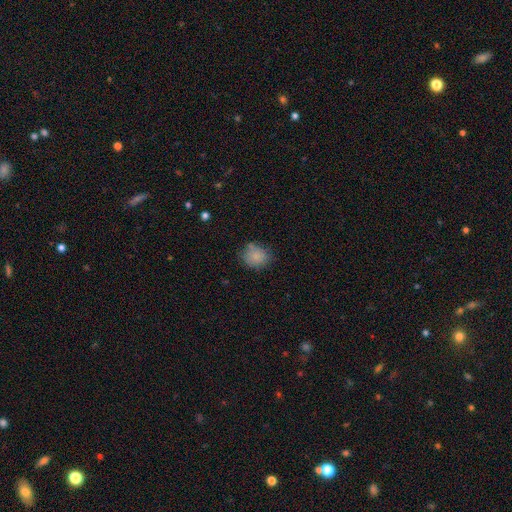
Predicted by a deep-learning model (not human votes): The model was most divided on "how rounded": round: 73%, in between: 26%, cigar-shaped: 1%. More confident: smooth or featured — smooth (82%); merging — none (69%).